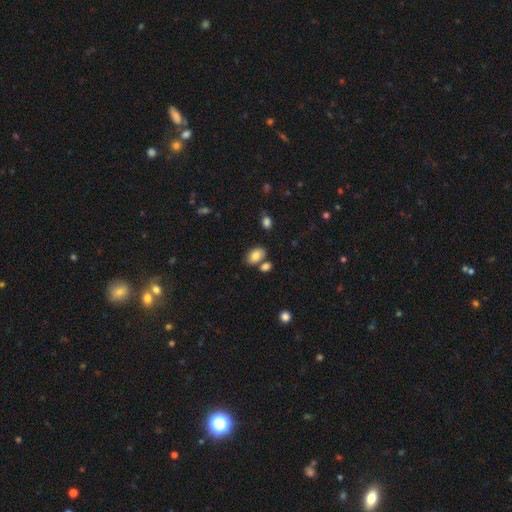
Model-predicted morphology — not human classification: This appears to be a smooth galaxy with no disk features (84%) that is in between round and cigar-shaped (90%). Merging: none (64%).